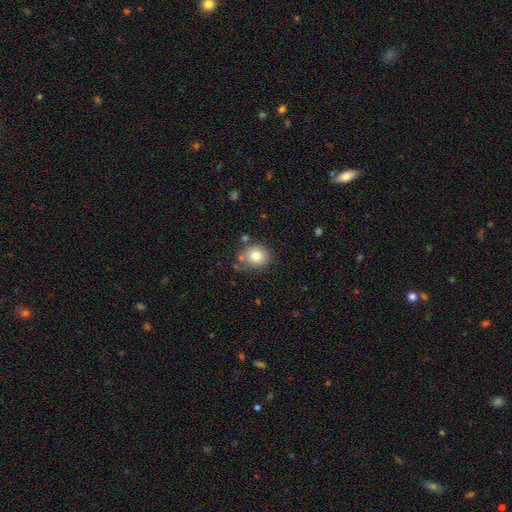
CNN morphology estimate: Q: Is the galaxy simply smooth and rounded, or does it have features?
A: smooth — 77%.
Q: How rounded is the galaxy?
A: round — 78%.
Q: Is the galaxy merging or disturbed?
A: none — 73%.